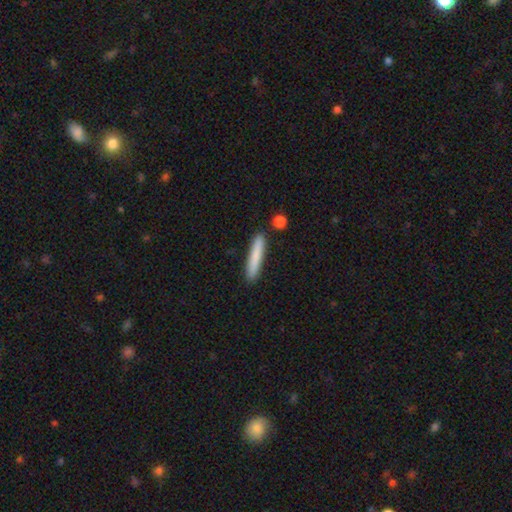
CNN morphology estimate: Smooth or featured?
  - smooth: 80% *
  - featured or disk: 14%
  - star or artifact: 6%
How rounded?
  - cigar-shaped: 93% *
  - in between: 6%
  - round: 1%
Merging?
  - none: 87% *
  - minor disturbance: 8%
  - merger: 3%
  - major disturbance: 2%